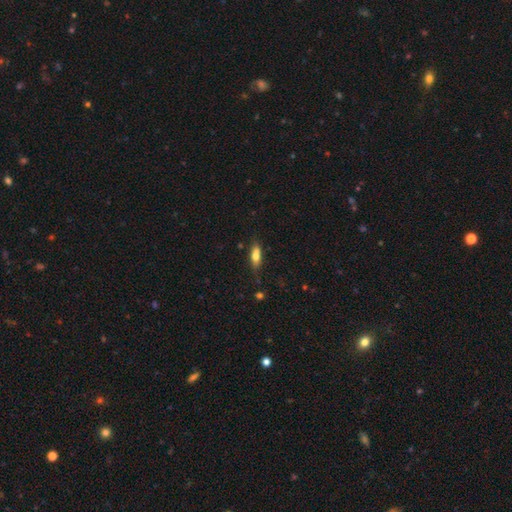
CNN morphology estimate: Smooth or featured? smooth (67%)
How rounded? in between (58%)
Merging? none (70%)